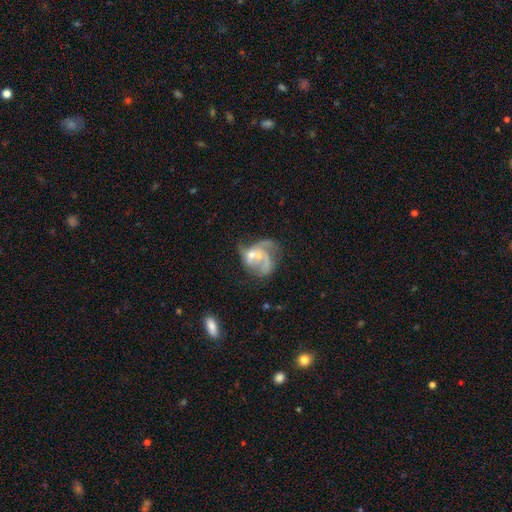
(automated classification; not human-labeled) This is likely a featured or disk galaxy (72%). It is clearly not viewed edge-on (98%). Bar: likely no (72%). Spiral arm pattern: likely yes (76%). Spiral arm count: marginally 2 (34%). Spiral winding: marginally medium (44%). Central bulge: marginally small (42%). Merging: possibly merger (45%).